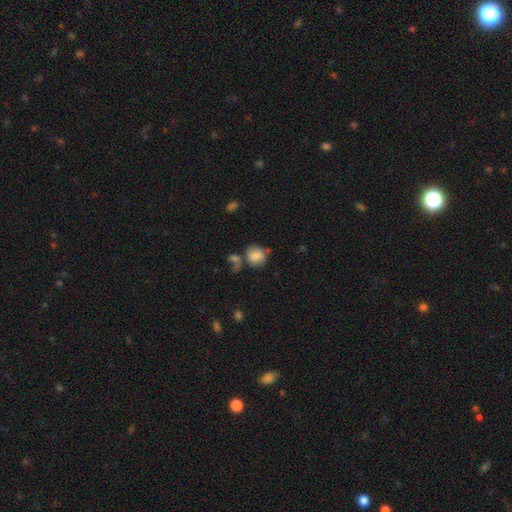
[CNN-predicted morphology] Q: Smooth or featured?
A: smooth (82%); runner-up: featured or disk (10%)
Q: How rounded?
A: round (76%); runner-up: in between (23%)
Q: Merging?
A: none (53%); runner-up: merger (20%)